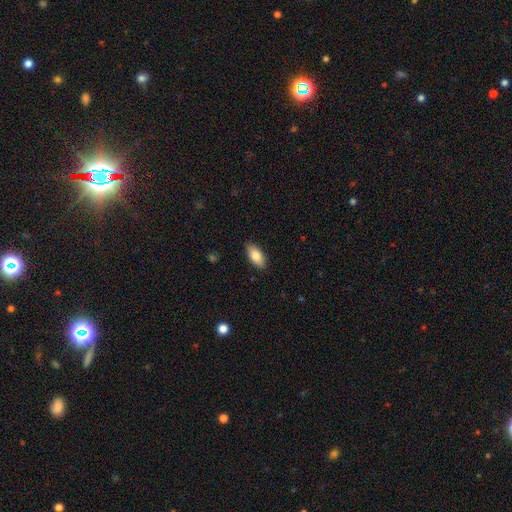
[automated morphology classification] Overall: smooth (84%). How rounded: in between (91%). Merging: none (88%).